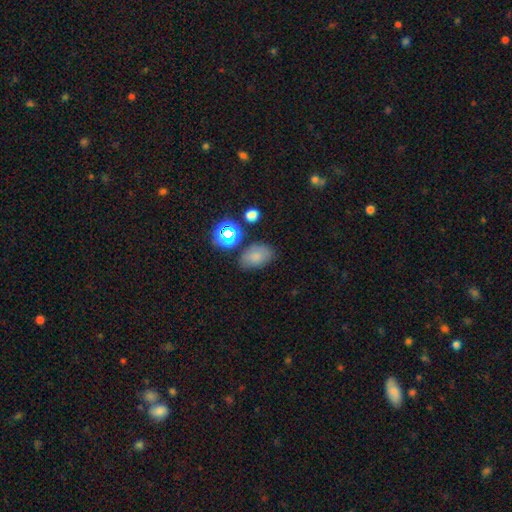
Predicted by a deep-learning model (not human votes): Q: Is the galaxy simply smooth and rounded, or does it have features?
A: smooth — 73%.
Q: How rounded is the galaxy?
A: in between — 83%.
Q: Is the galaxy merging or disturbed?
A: none — 70%.